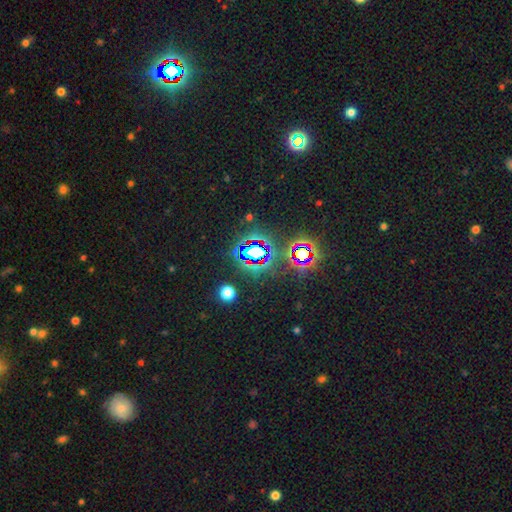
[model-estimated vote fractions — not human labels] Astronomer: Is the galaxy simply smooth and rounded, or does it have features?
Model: star or artifact — 75%.